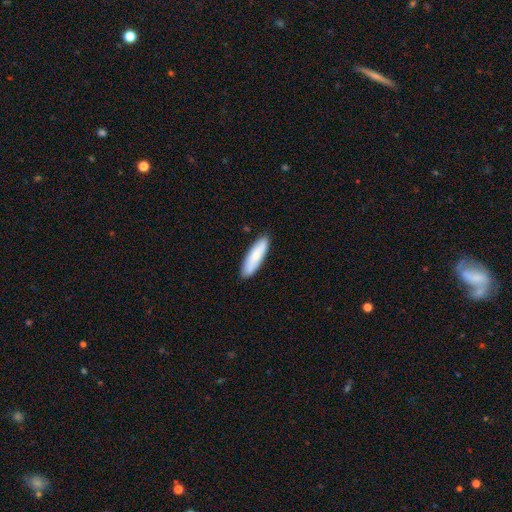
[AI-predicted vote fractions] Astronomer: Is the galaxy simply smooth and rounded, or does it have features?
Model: smooth — 79%.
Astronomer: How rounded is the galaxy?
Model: cigar-shaped — 62%.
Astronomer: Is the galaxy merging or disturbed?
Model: none — 88%.